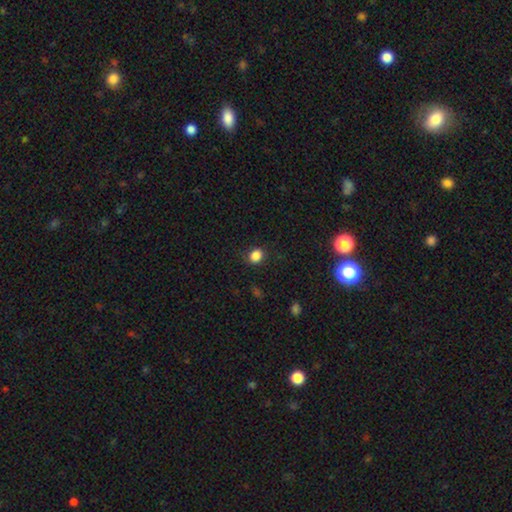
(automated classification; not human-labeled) This appears to be a smooth galaxy with no disk features (85%) that is round (62%). Merging: none (85%).